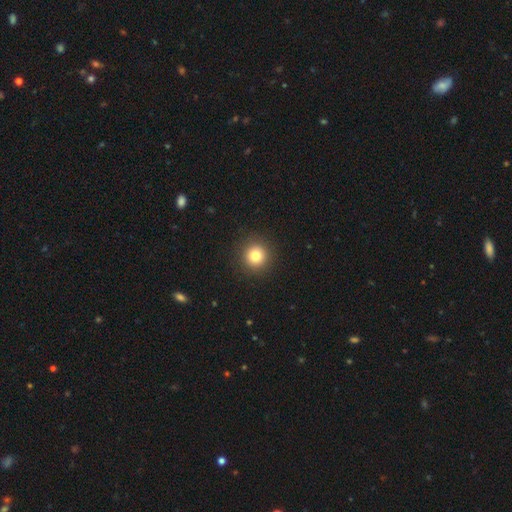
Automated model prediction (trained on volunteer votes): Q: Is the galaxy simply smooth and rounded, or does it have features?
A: smooth — 80%.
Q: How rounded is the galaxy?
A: round — 95%.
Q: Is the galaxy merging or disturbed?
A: none — 92%.